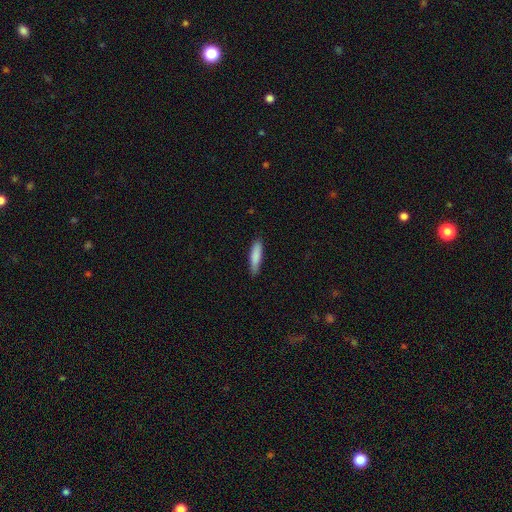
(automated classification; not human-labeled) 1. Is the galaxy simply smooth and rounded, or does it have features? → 85% smooth, 9% featured or disk, 6% star or artifact.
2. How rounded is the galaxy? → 75% cigar-shaped, 24% in between, 1% round.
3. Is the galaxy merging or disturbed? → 83% none, 14% minor disturbance, 2% major disturbance, 1% merger.